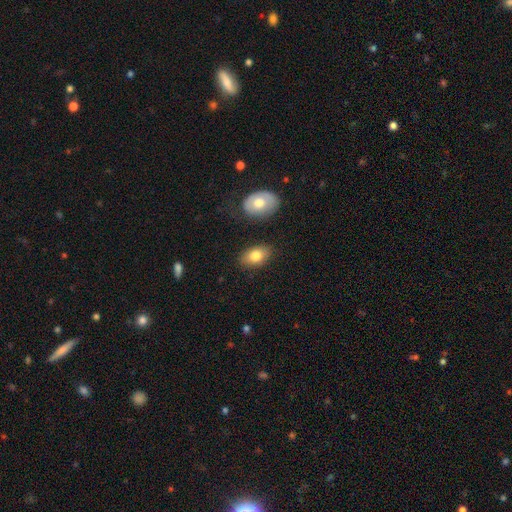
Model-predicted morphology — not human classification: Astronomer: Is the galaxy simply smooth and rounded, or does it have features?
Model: smooth — 79%.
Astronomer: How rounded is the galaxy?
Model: in between — 90%.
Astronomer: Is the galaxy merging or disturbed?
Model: none — 81%.